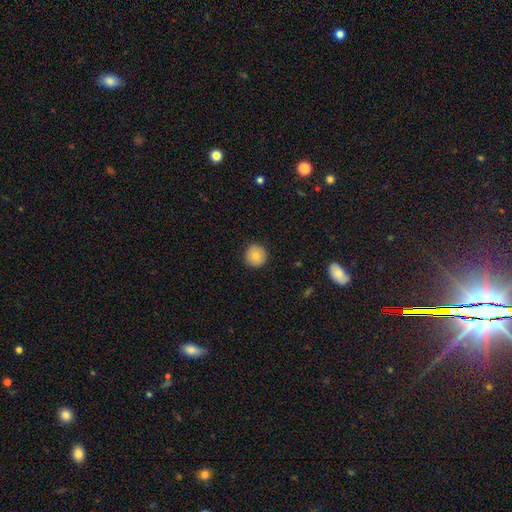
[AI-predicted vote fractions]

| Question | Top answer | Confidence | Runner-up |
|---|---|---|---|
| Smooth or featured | smooth | 82% | featured or disk (10%) |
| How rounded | round | 95% | in between (4%) |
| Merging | none | 91% | minor disturbance (6%) |